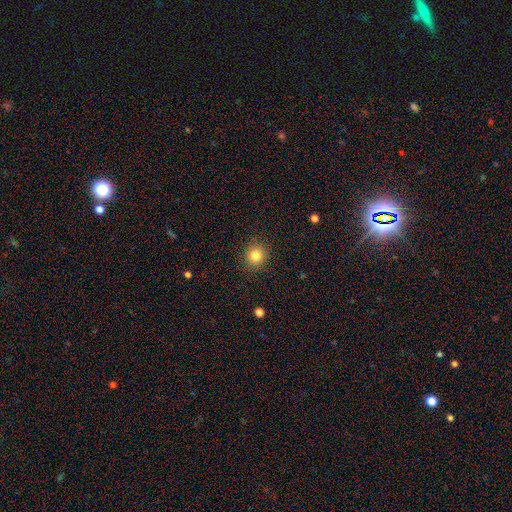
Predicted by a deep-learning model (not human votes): Smooth or featured? Predicted: smooth (p=0.83). How rounded? Predicted: round (p=0.86). Merging? Predicted: none (p=0.90).